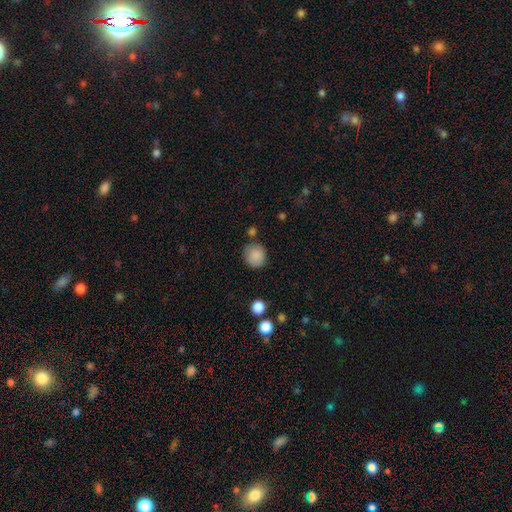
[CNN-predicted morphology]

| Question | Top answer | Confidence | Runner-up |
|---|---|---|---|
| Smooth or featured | smooth | 87% | star or artifact (9%) |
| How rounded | round | 88% | in between (11%) |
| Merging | none | 79% | minor disturbance (14%) |